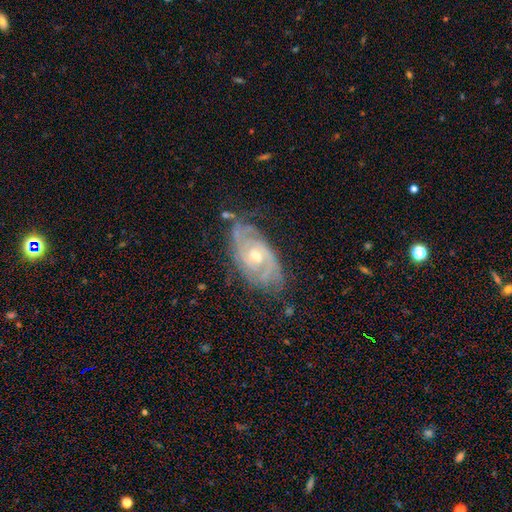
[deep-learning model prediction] Smooth or featured? Predicted: featured or disk (p=0.87). Edge-on disk? Predicted: no (p=0.95). Bar? Predicted: no (p=0.62). Spiral arms? Predicted: yes (p=0.96). Spiral winding? Predicted: tight (p=0.68). Spiral arm count? Predicted: 2 (p=0.46). Bulge size? Predicted: moderate (p=0.60). Merging? Predicted: none (p=0.68).